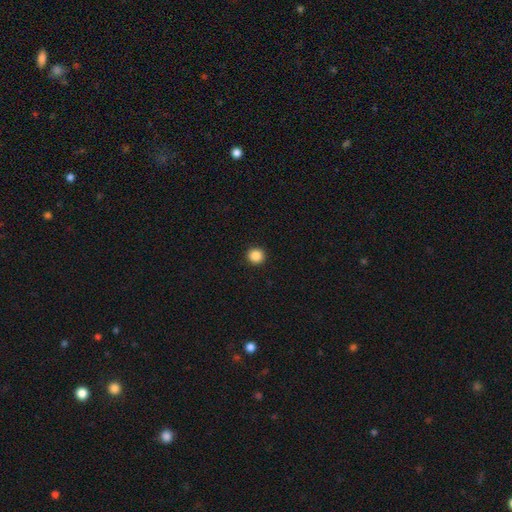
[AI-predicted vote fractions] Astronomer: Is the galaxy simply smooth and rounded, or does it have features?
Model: smooth — 87%.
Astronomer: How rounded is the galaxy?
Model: round — 95%.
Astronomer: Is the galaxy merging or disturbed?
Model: none — 94%.